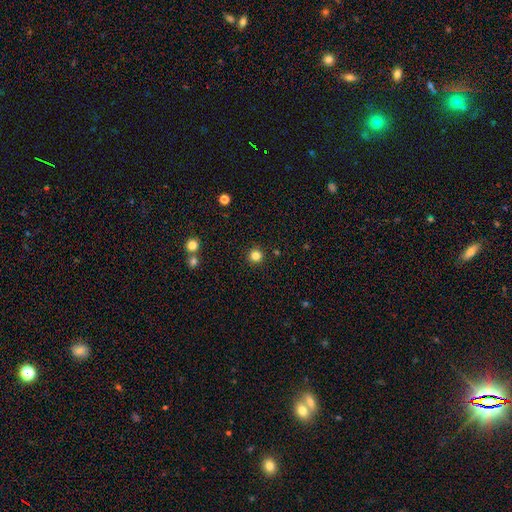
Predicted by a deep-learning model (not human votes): A smooth galaxy with no disk features (83%) that is round (96%).

Vote fractions:
- Smooth or featured? smooth: 83% / star or artifact: 13% / featured or disk: 4%
- How rounded? round: 96% / in between: 3% / cigar-shaped: 1%
- Merging? none: 92% / minor disturbance: 5% / major disturbance: 2% / merger: 2%